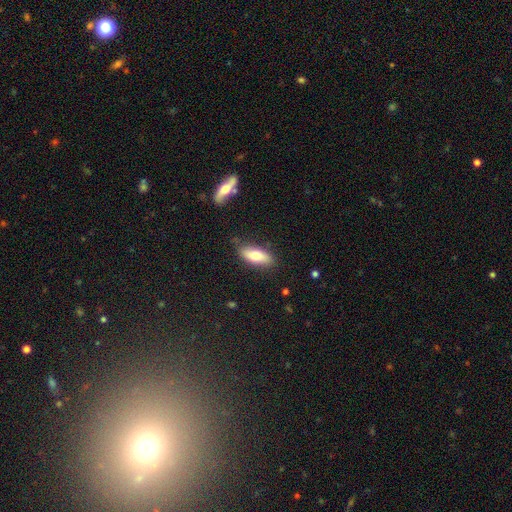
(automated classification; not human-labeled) smooth_or_featured: smooth (p=0.73) [alt: featured or disk p=0.21]
how_rounded: in between (p=0.75) [alt: cigar-shaped p=0.22]
merging: none (p=0.80) [alt: minor disturbance p=0.14]